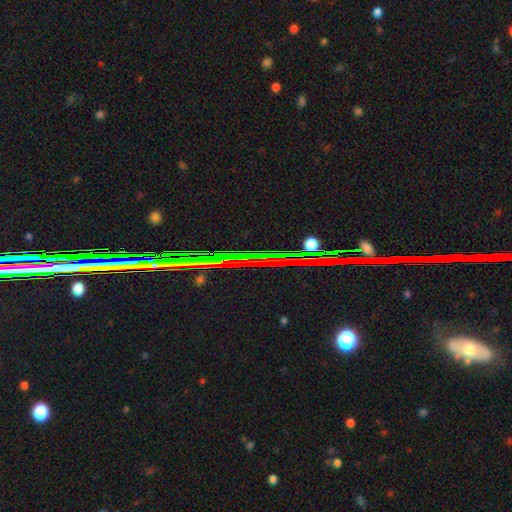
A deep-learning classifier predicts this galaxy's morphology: Q: Smooth or featured?
A: star or artifact (80%); runner-up: featured or disk (11%)